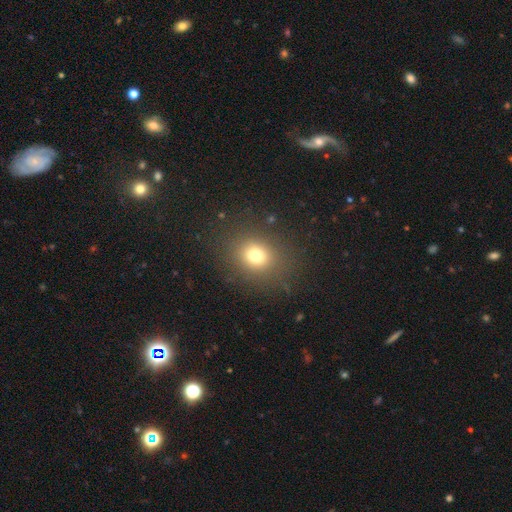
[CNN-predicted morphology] type=smooth (73%); roundness=round (68%); merging=none (84%).